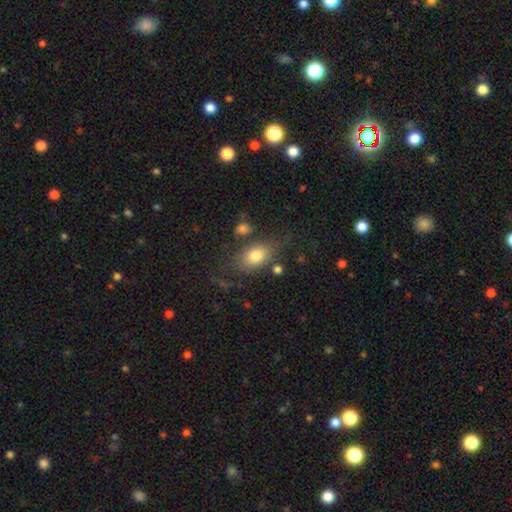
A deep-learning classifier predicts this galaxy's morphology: Overall: smooth (77%). How rounded: in between (82%). Merging: none (64%).